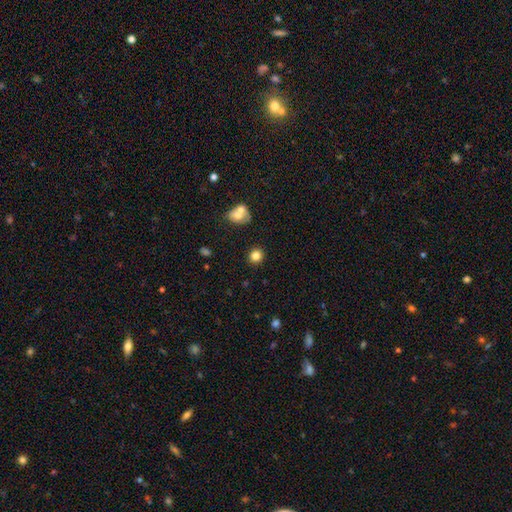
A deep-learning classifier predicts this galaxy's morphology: smooth-or-featured: smooth: 83% | star or artifact: 11% | featured or disk: 6%
  how-rounded: round: 83% | in between: 16% | cigar-shaped: 1%
  merging: none: 86% | minor disturbance: 7% | merger: 4% | major disturbance: 2%